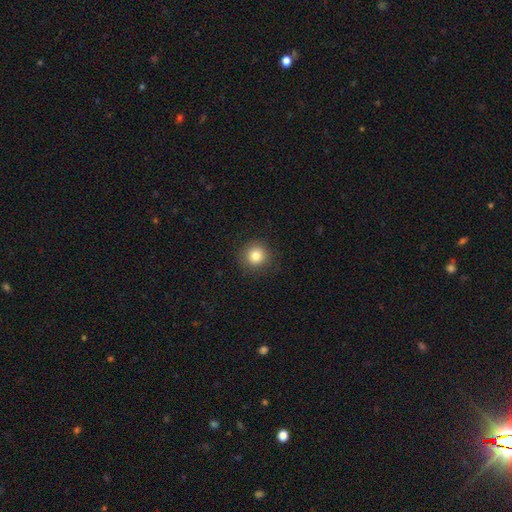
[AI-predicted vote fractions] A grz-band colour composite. It shows a smooth galaxy with no disk features (82%) that is round (92%). Merging: none (88%).